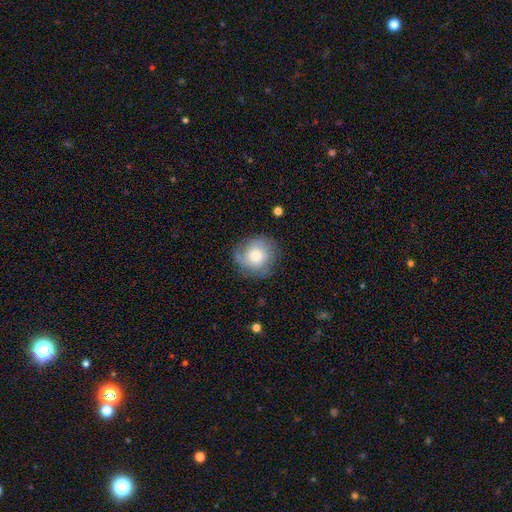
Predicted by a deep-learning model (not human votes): smooth 53%, featured or disk 38%, star or artifact 9%. Down the decision tree: how rounded — round (88%); merging — none (77%).